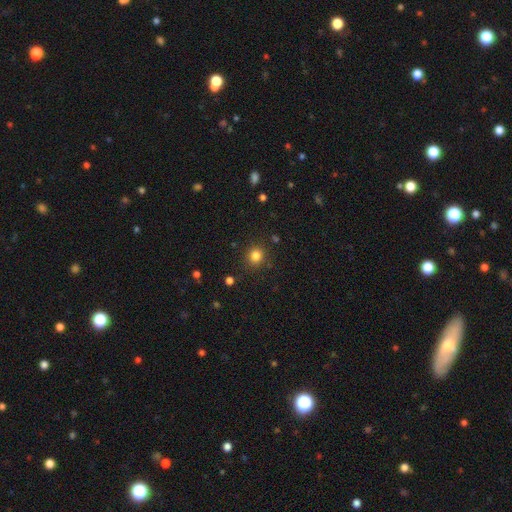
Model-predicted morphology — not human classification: Smooth or featured: smooth — 82% (star or artifact — 13%)
How rounded: round — 89% (in between — 10%)
Merging: none — 88% (minor disturbance — 8%)